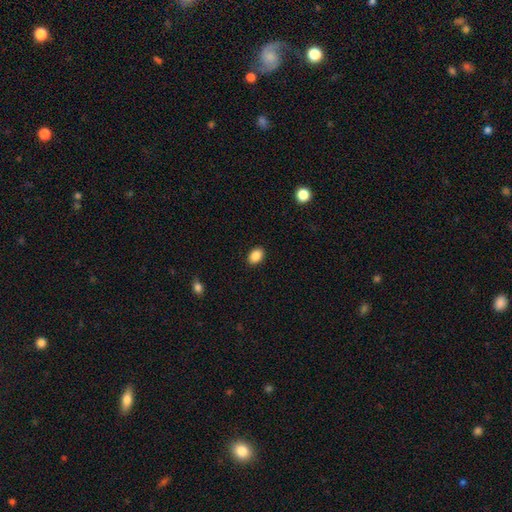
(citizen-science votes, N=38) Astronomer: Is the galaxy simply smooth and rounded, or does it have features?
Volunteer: smooth — 92%.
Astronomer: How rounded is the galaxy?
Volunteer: in between — 83%.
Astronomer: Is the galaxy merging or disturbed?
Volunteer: none — 94%.